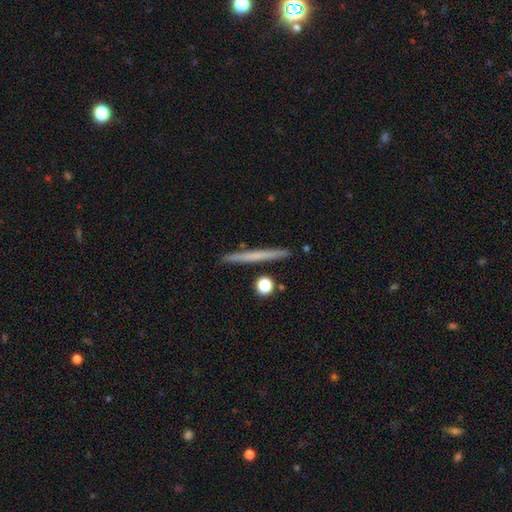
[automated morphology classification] Overall: smooth (52%; featured or disk 41%). How rounded: cigar-shaped (95%). Merging: none (90%).